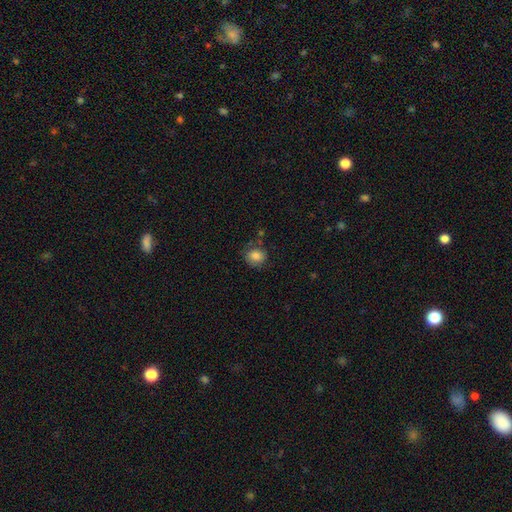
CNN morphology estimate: smooth 84%, star or artifact 9%, featured or disk 7%. Down the decision tree: how rounded — round (73%); merging — none (72%).